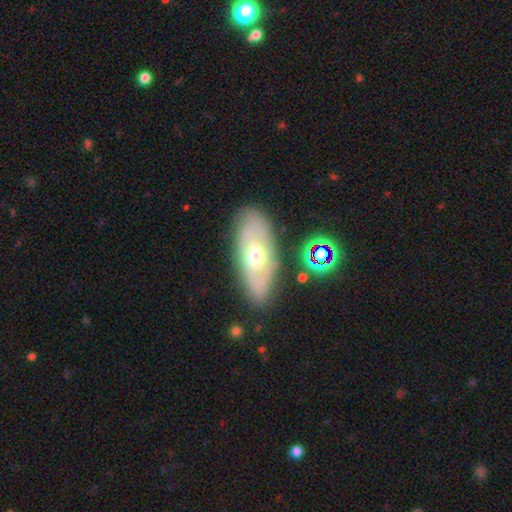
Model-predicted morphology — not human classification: Overall: featured or disk (55%; smooth 37%). Edge-on disk: no (81%). Merging: none (81%).